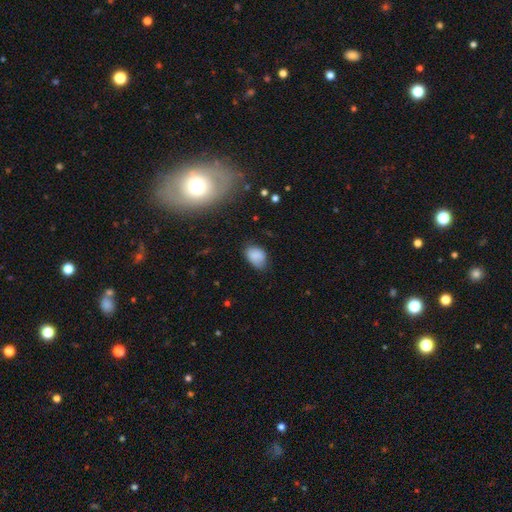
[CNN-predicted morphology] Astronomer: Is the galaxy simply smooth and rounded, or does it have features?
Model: smooth — 83%.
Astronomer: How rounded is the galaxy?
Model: in between — 80%.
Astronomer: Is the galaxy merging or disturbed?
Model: none — 58%.